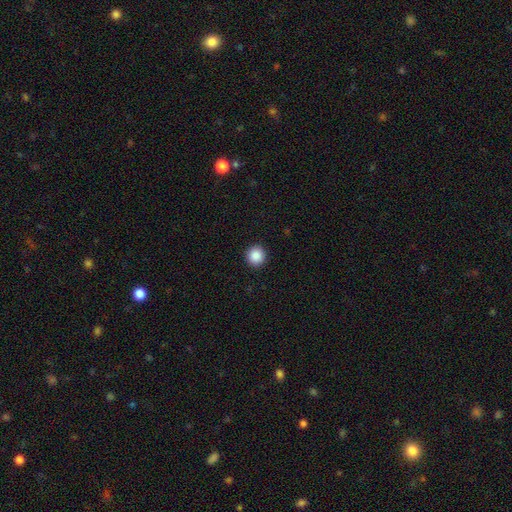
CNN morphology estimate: Smooth or featured?
  - smooth: 88% *
  - star or artifact: 9%
  - featured or disk: 3%
How rounded?
  - round: 95% *
  - in between: 4%
  - cigar-shaped: 1%
Merging?
  - none: 93% *
  - minor disturbance: 4%
  - major disturbance: 2%
  - merger: 1%